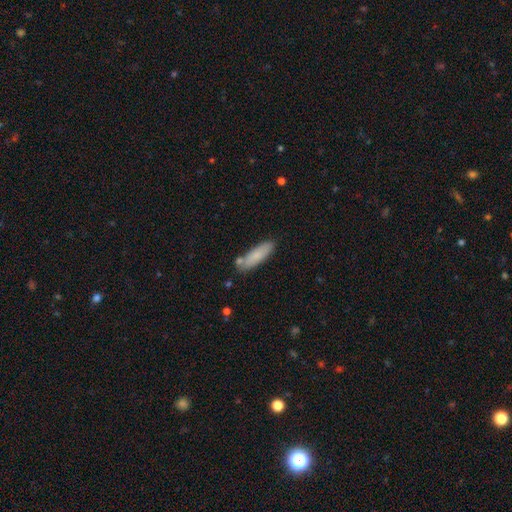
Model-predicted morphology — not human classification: Q: Smooth or featured?
A: smooth (79%); runner-up: featured or disk (15%)
Q: How rounded?
A: cigar-shaped (60%); runner-up: in between (38%)
Q: Merging?
A: none (76%); runner-up: minor disturbance (14%)